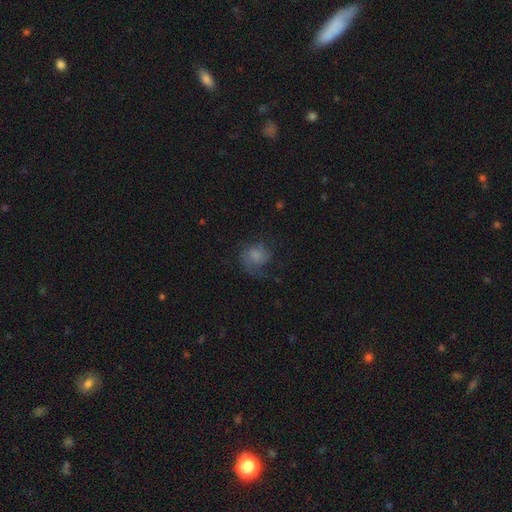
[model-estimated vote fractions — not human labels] Morphology: type=smooth (57%); roundness=round (70%); merging=none (50%).